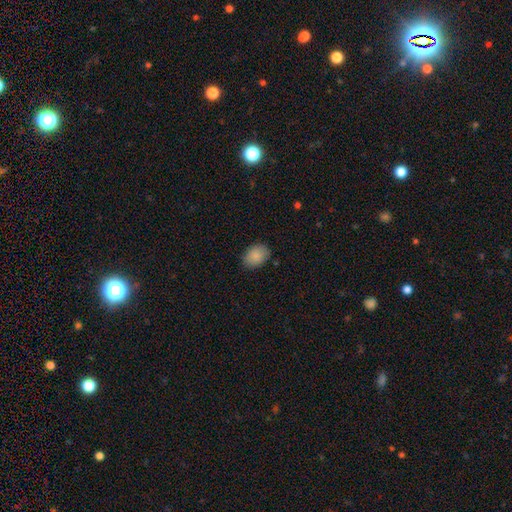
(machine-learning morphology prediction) smooth-or-featured: smooth: 89% | star or artifact: 8% | featured or disk: 4%
  how-rounded: in between: 71% | round: 28% | cigar-shaped: 1%
  merging: none: 84% | minor disturbance: 12% | major disturbance: 3% | merger: 1%